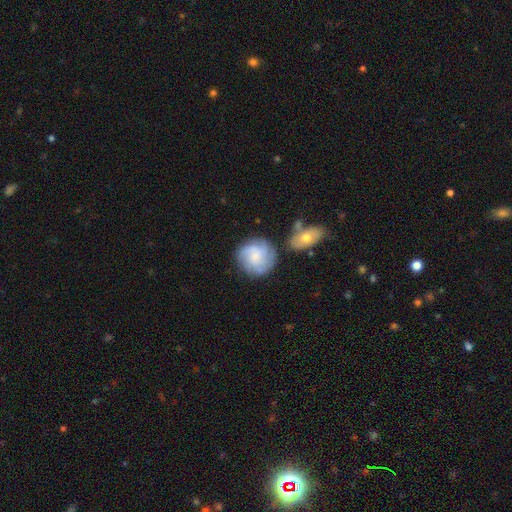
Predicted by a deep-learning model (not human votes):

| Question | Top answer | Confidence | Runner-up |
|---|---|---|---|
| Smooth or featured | featured or disk | 53% | smooth (39%) |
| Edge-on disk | no | 97% | yes (3%) |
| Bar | no | 71% | weak (26%) |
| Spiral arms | yes | 88% | no (12%) |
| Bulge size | small | 45% | moderate (29%) |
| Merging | none | 68% | minor disturbance (16%) |